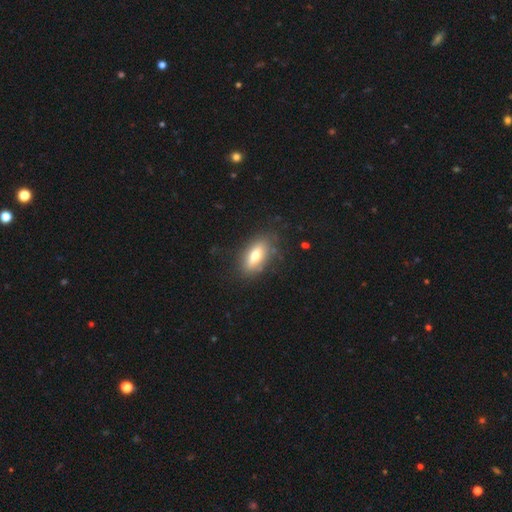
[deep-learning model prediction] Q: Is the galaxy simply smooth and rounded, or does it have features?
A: smooth — 68%.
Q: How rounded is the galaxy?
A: in between — 83%.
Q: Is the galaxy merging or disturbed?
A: none — 81%.